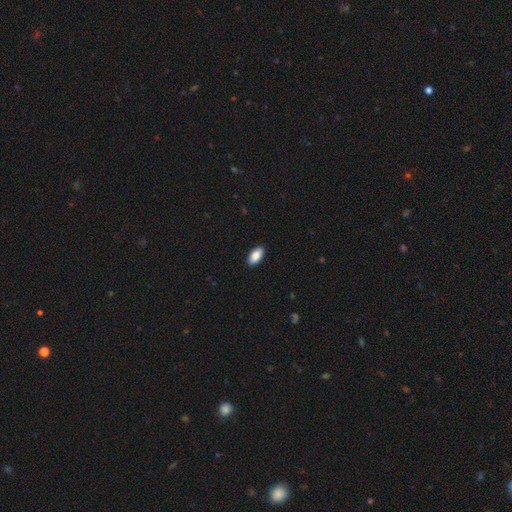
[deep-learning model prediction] Q: Smooth or featured?
A: smooth (89%); runner-up: star or artifact (6%)
Q: How rounded?
A: in between (93%); runner-up: cigar-shaped (5%)
Q: Merging?
A: none (90%); runner-up: minor disturbance (7%)